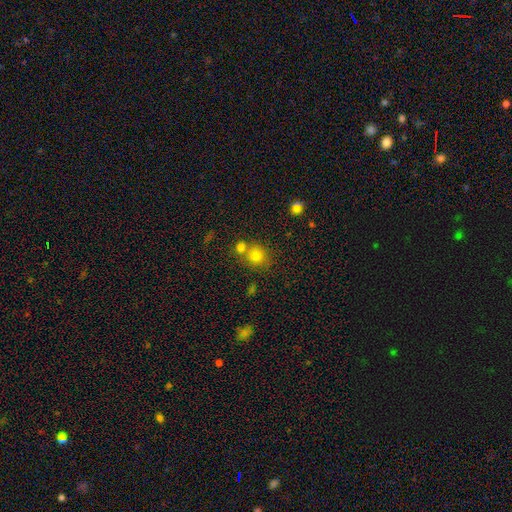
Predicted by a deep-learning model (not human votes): Overall: smooth (78%). How rounded: round (85%). Merging: none (60%; merger 29%).